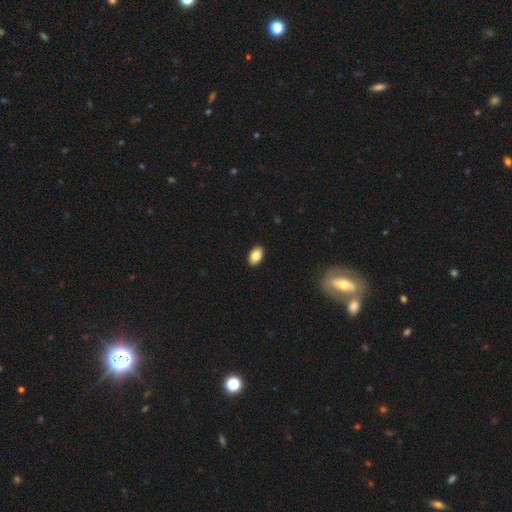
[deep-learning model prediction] Smooth or featured: smooth — 84% (featured or disk — 9%)
How rounded: in between — 91% (round — 8%)
Merging: none — 91% (minor disturbance — 7%)